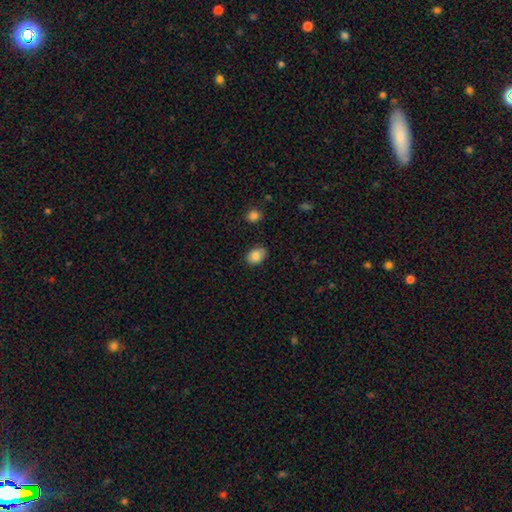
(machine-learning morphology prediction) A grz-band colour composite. It shows a smooth galaxy with no disk features (86%) that is in between round and cigar-shaped (76%). Merging: none (85%).